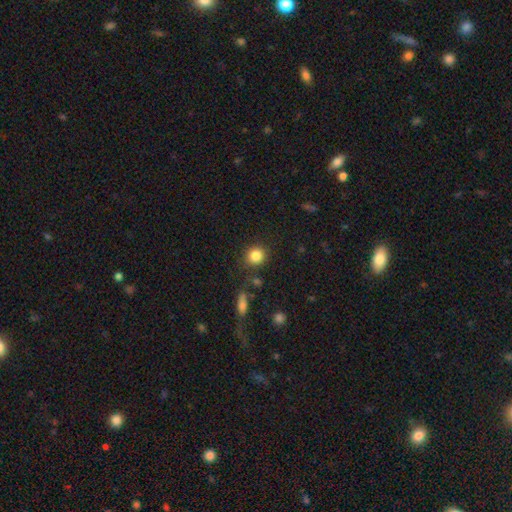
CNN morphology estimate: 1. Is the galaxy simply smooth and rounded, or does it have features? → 85% smooth, 10% star or artifact, 5% featured or disk.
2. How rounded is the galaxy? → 87% round, 12% in between, 1% cigar-shaped.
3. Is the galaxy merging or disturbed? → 83% none, 9% minor disturbance, 4% merger, 4% major disturbance.